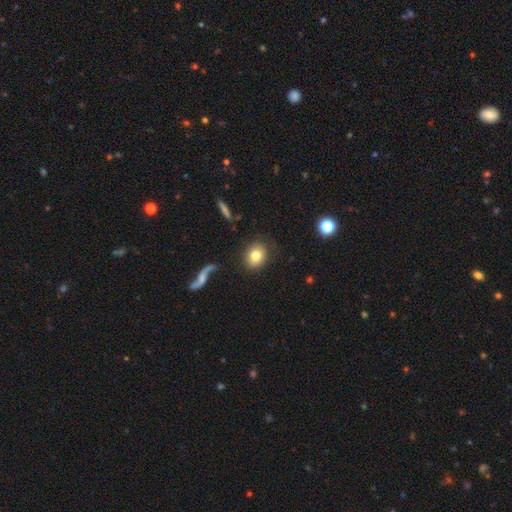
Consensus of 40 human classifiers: smooth_or_featured: smooth (p=0.78) [alt: featured or disk p=0.17]
how_rounded: round (p=0.58) [alt: in between p=0.42]
merging: none (p=0.82) [alt: minor disturbance p=0.16]